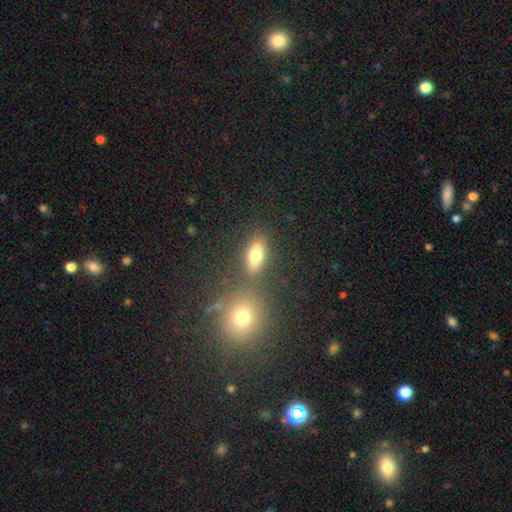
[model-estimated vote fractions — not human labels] This appears to be a smooth galaxy with no disk features (75%) that is in between round and cigar-shaped (77%). Merging: none (73%).